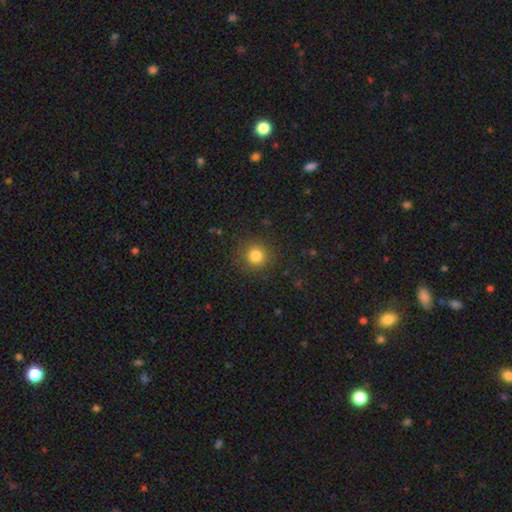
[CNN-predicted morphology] Overall: smooth (82%). How rounded: round (93%). Merging: none (89%).